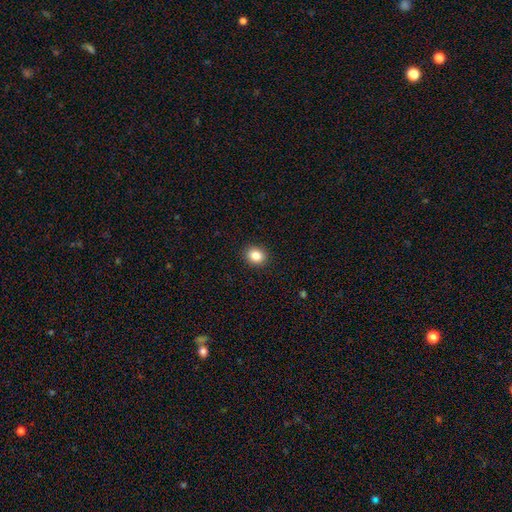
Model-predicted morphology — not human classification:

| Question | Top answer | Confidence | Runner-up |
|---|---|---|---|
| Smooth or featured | smooth | 85% | star or artifact (10%) |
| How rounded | round | 61% | in between (38%) |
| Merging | none | 91% | minor disturbance (6%) |